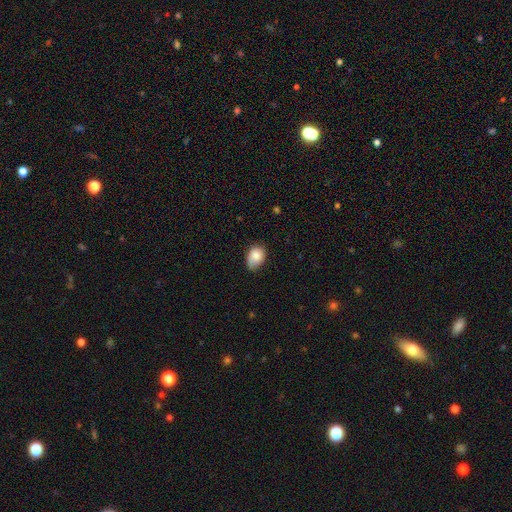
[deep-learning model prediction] Smooth or featured? Predicted: smooth (p=0.82). How rounded? Predicted: in between (p=0.76). Merging? Predicted: none (p=0.56).